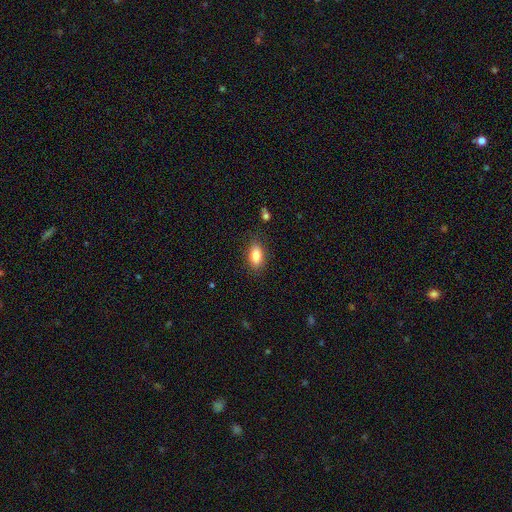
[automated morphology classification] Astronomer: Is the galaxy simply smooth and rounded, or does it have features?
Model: smooth — 83%.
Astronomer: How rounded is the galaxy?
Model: in between — 87%.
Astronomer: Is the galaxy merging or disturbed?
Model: none — 84%.